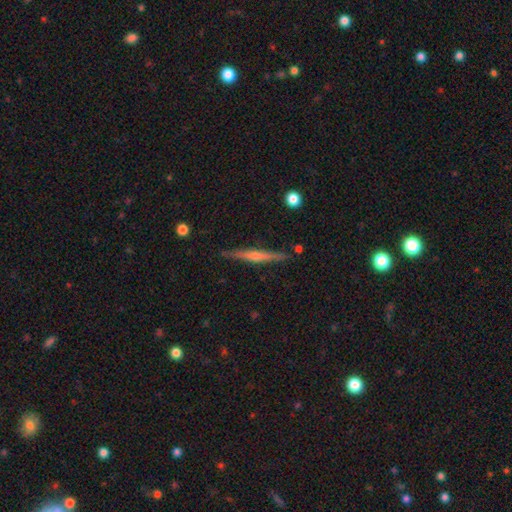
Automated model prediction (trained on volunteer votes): Smooth or featured? featured or disk (71%)
Edge-on disk? yes (98%)
Edge-on bulge? rounded (75%)
Merging? none (89%)